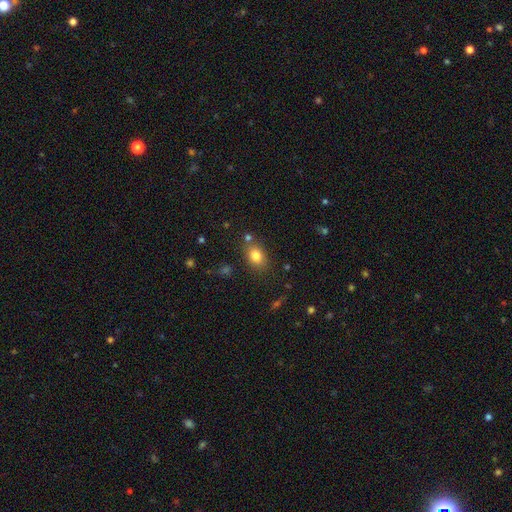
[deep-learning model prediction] The model was most divided on "how rounded": in between: 70%, round: 29%, cigar-shaped: 2%. More confident: smooth or featured — smooth (80%); merging — none (77%).